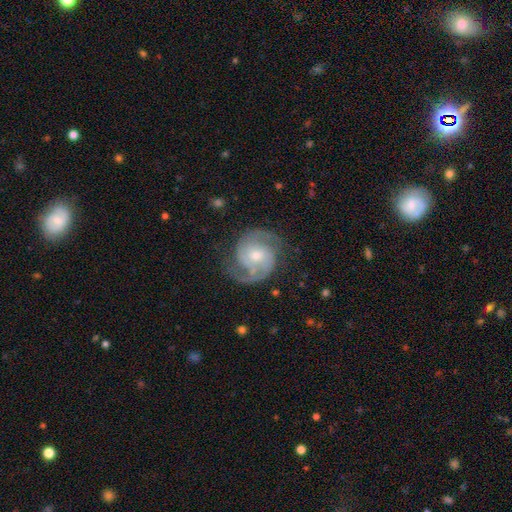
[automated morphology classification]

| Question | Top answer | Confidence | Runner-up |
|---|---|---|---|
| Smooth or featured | featured or disk | 89% | smooth (6%) |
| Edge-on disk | no | 98% | yes (2%) |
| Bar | no | 57% | weak (35%) |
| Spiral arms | yes | 98% | no (2%) |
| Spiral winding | medium | 49% | tight (40%) |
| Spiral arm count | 2 | 89% | can't tell (4%) |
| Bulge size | moderate | 52% | small (43%) |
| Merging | none | 78% | minor disturbance (15%) |